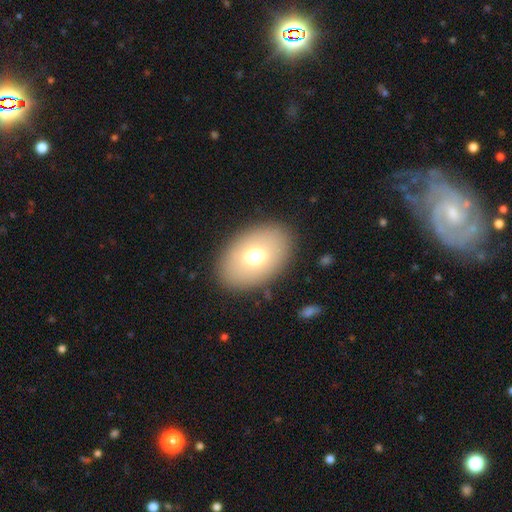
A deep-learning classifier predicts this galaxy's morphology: The model was most divided on "smooth or featured": smooth: 67%, featured or disk: 22%, star or artifact: 11%. More confident: merging — none (87%); how rounded — in between (80%).